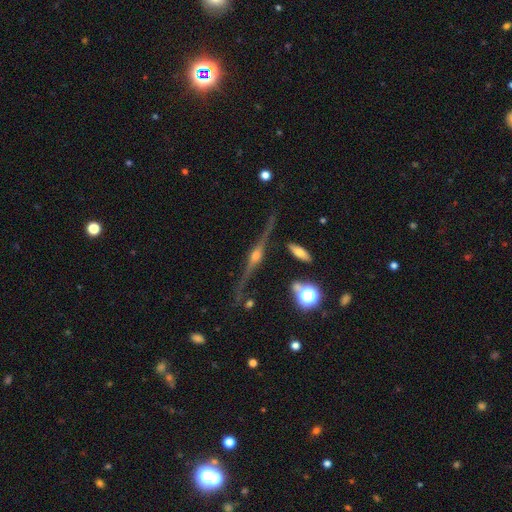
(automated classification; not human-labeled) featured or disk 87%, star or artifact 7%, smooth 6%. Down the decision tree: edge-on disk — yes (96%); edge-on bulge — rounded (91%); merging — none (80%).